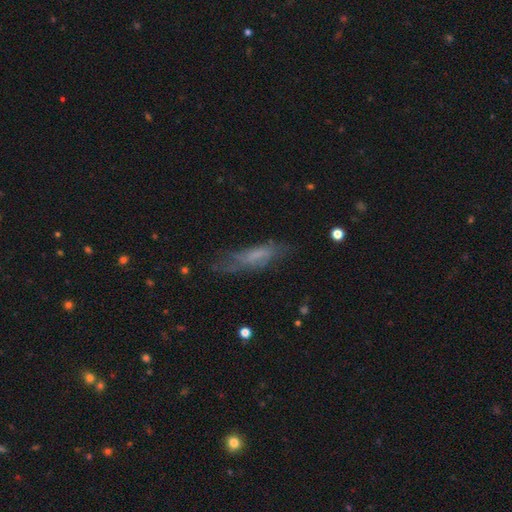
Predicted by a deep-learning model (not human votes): A smooth galaxy with no disk features (49%). Merging: none (58%).